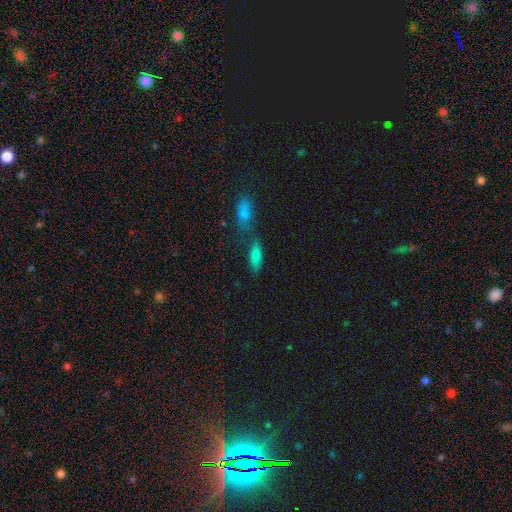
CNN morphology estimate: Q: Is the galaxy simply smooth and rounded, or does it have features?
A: smooth — 79%.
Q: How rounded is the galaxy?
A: in between — 62%.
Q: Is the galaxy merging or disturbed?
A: none — 45%.